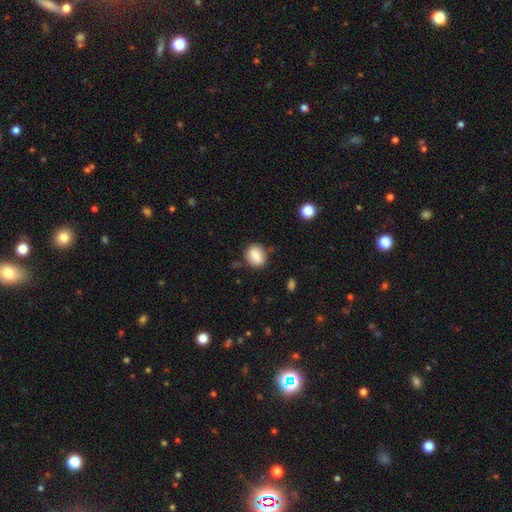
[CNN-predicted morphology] smooth_or_featured: smooth (p=0.86) [alt: star or artifact p=0.08]
how_rounded: in between (p=0.57) [alt: round p=0.41]
merging: none (p=0.74) [alt: minor disturbance p=0.17]